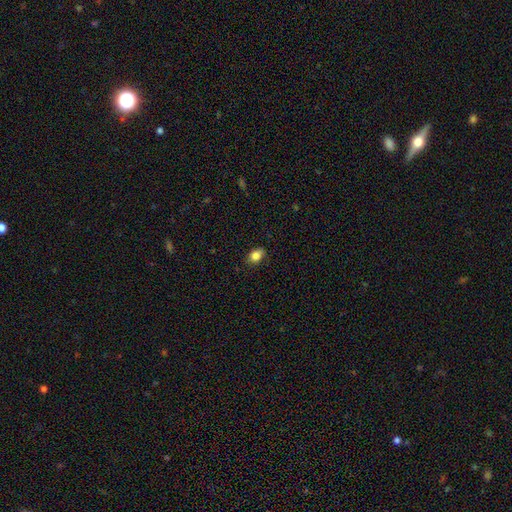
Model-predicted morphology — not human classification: A smooth galaxy with no disk features (84%) that is in between round and cigar-shaped (76%). Merging: none (81%).